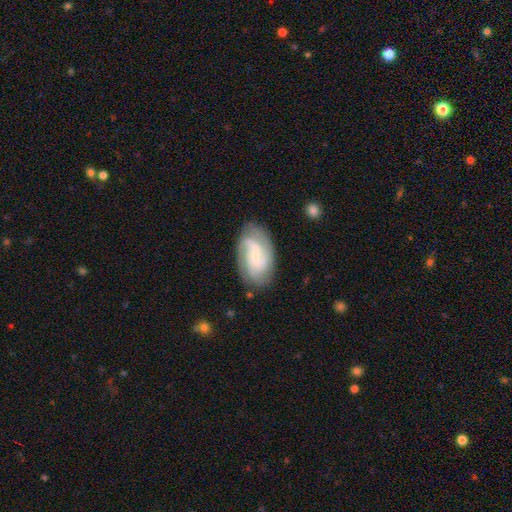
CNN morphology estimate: This is likely a featured or disk galaxy (74%). It is clearly not viewed edge-on (97%). Bar: marginally weak (45%). Spiral arm pattern: clearly yes (95%). Spiral arm count: marginally 2 (41%). Spiral winding: marginally medium (44%). Central bulge: possibly small (56%). Merging: likely none (75%).